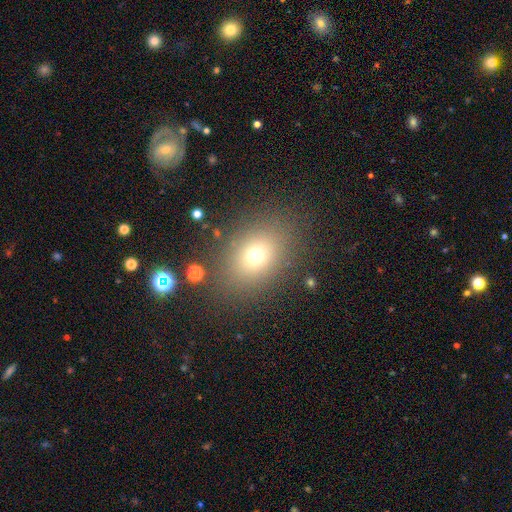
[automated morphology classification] This appears to be a smooth galaxy with no disk features (70%) that is in between round and cigar-shaped (59%). Merging: none (83%).